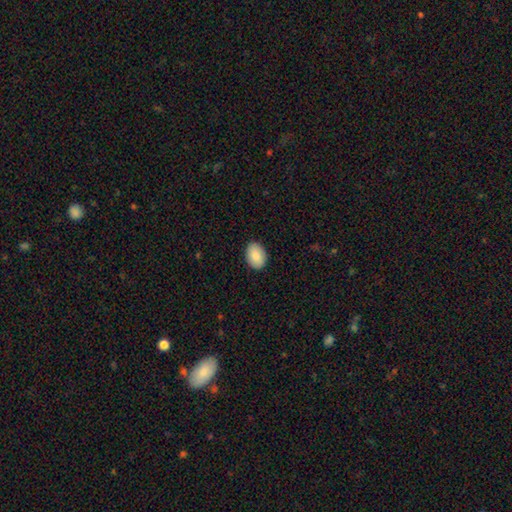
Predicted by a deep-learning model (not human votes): smooth-or-featured: smooth: 89% | star or artifact: 6% | featured or disk: 5%
  how-rounded: in between: 80% | round: 19% | cigar-shaped: 1%
  merging: none: 89% | minor disturbance: 8% | major disturbance: 2% | merger: 1%